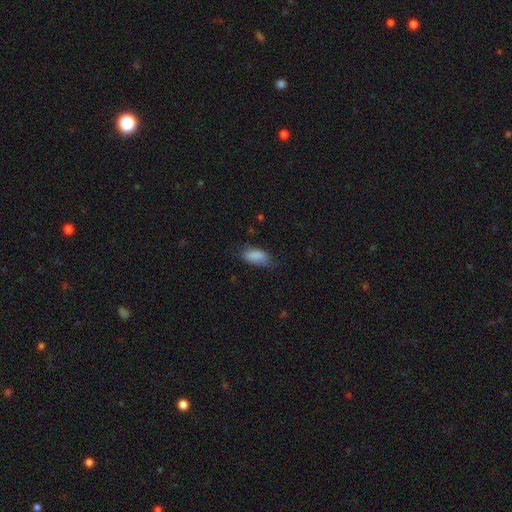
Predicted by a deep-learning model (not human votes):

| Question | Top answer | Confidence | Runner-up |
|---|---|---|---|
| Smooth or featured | smooth | 86% | star or artifact (7%) |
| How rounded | in between | 86% | cigar-shaped (11%) |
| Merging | none | 64% | minor disturbance (27%) |